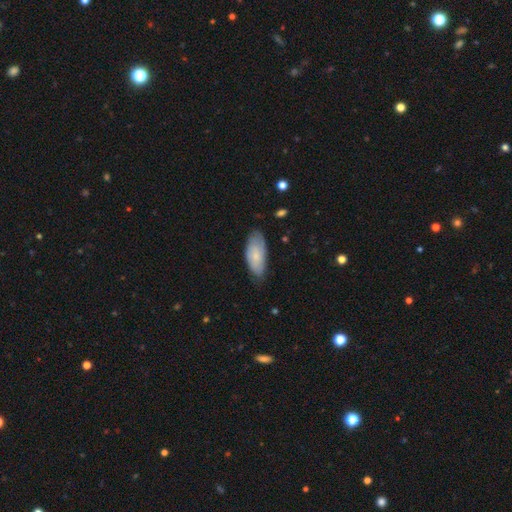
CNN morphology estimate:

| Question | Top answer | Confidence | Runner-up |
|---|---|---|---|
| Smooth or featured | smooth | 71% | featured or disk (23%) |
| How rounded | in between | 86% | cigar-shaped (12%) |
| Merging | none | 69% | minor disturbance (25%) |